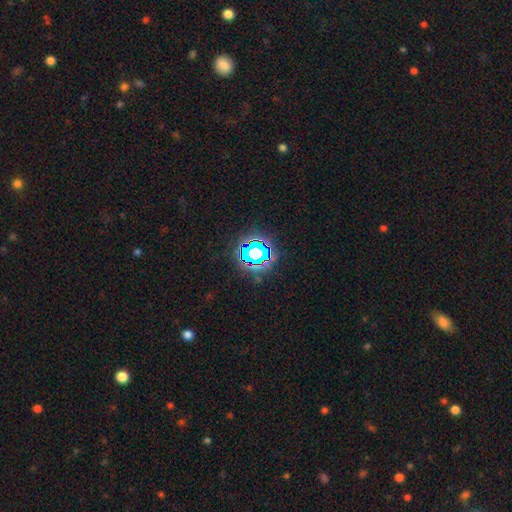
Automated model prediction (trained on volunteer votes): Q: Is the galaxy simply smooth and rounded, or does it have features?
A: star or artifact — 63%.